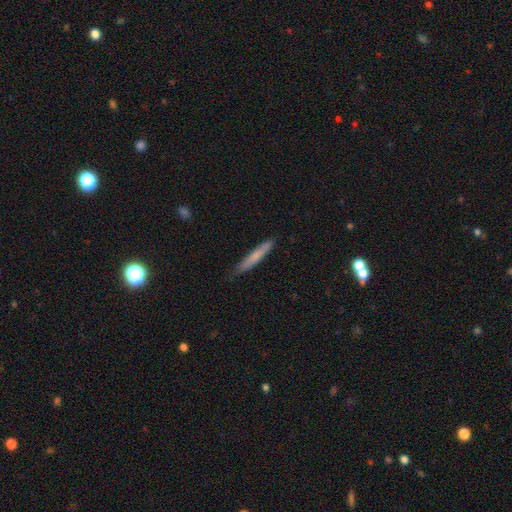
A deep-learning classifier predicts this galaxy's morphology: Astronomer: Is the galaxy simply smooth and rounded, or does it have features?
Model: smooth — 69%.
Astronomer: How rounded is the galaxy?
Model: cigar-shaped — 95%.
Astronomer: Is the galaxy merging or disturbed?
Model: none — 82%.